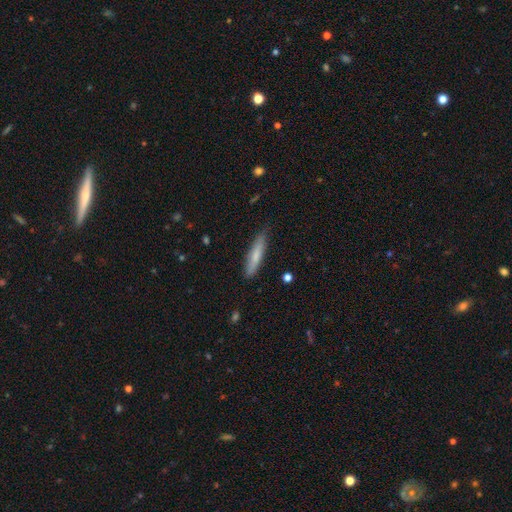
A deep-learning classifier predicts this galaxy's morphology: Smooth or featured: smooth — 70% (featured or disk — 24%)
How rounded: cigar-shaped — 87% (in between — 11%)
Merging: none — 82% (minor disturbance — 15%)